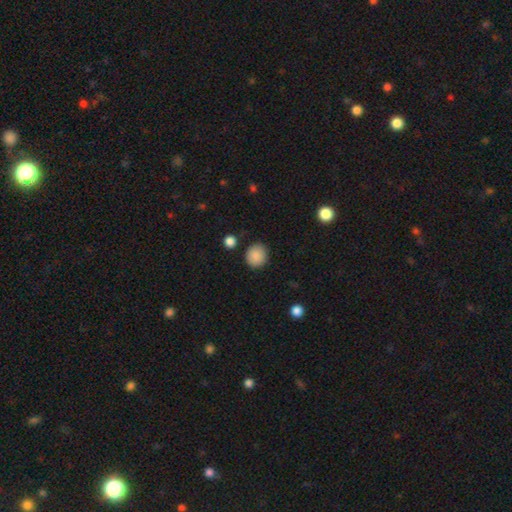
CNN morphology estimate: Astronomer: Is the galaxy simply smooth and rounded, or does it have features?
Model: smooth — 88%.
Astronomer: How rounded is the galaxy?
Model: round — 87%.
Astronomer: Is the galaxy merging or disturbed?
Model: none — 87%.